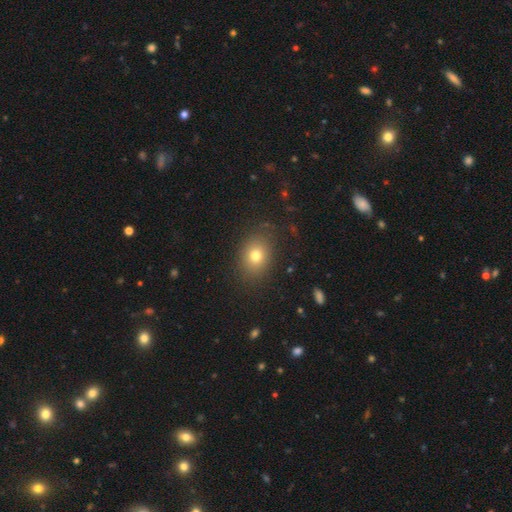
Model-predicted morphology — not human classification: smooth-or-featured: smooth: 76% | star or artifact: 13% | featured or disk: 11%
  how-rounded: in between: 55% | round: 44% | cigar-shaped: 1%
  merging: none: 83% | minor disturbance: 11% | major disturbance: 4% | merger: 1%